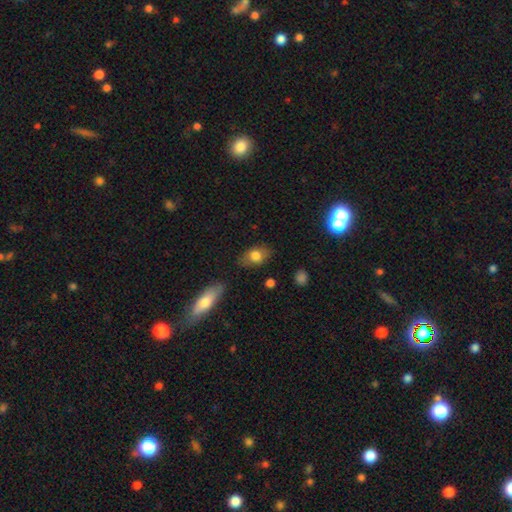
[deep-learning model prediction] The model was most divided on "merging": none: 75%, minor disturbance: 18%, major disturbance: 4%, merger: 3%. More confident: how rounded — in between (80%); smooth or featured — smooth (76%).